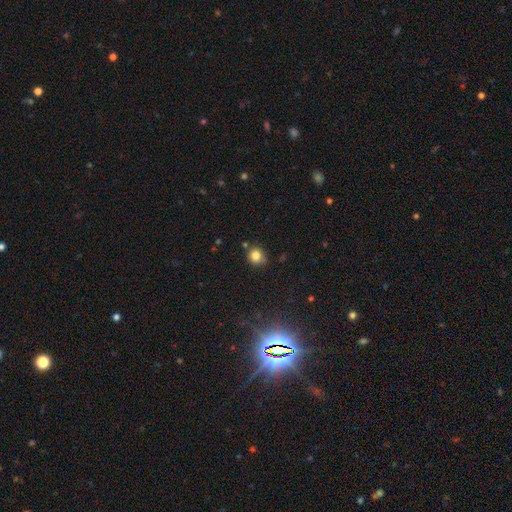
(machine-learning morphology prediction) smooth 81%, star or artifact 12%, featured or disk 6%. Down the decision tree: how rounded — round (85%); merging — none (79%).